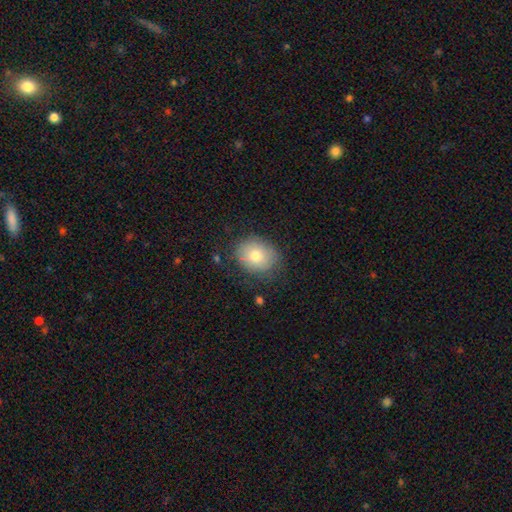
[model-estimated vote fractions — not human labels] smooth_or_featured: smooth (p=0.76) [alt: featured or disk p=0.15]
how_rounded: round (p=0.53) [alt: in between p=0.46]
merging: none (p=0.78) [alt: minor disturbance p=0.16]